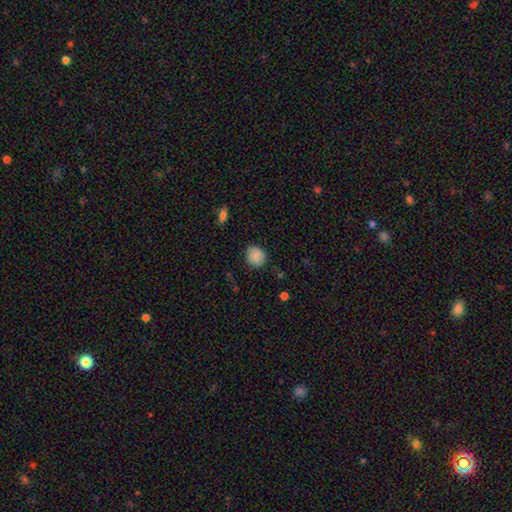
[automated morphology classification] This is clearly a smooth galaxy (86%). How rounded: clearly round (82%). Merging: clearly none (81%).